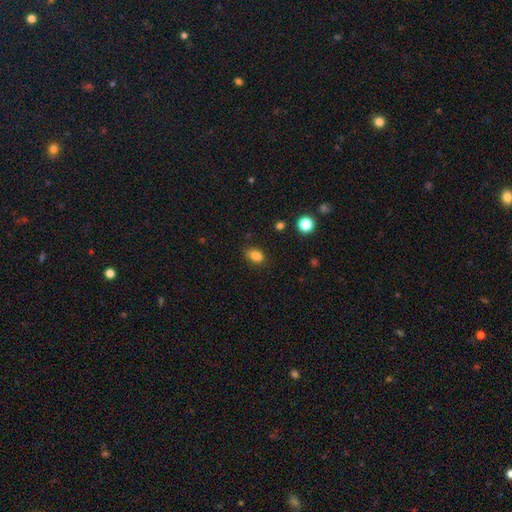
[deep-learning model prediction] Overall: smooth (83%). How rounded: in between (75%). Merging: none (68%).